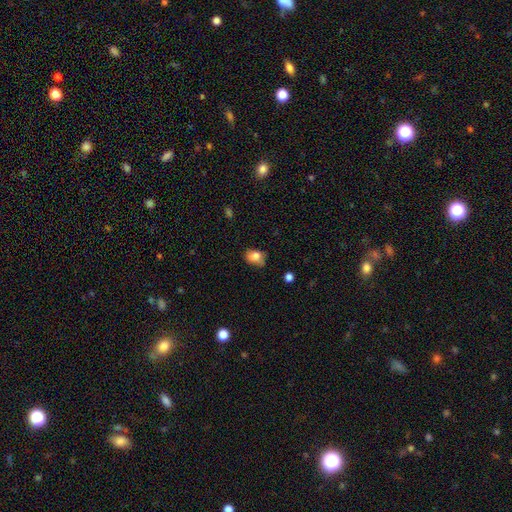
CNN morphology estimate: This appears to be a smooth galaxy with no disk features (80%) that is in between round and cigar-shaped (62%). Merging: none (62%).